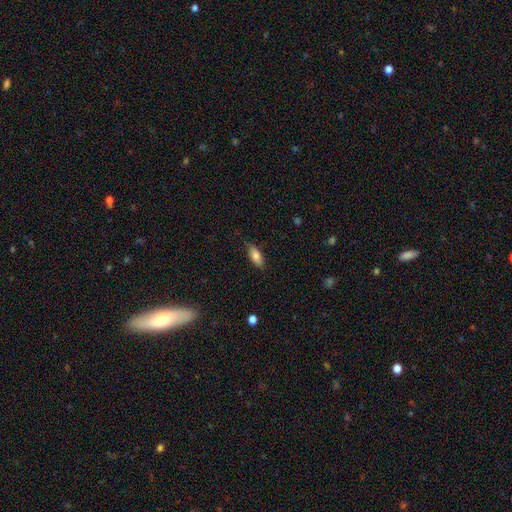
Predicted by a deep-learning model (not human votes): Morphology: type=smooth (80%); roundness=in between (84%); merging=none (81%).